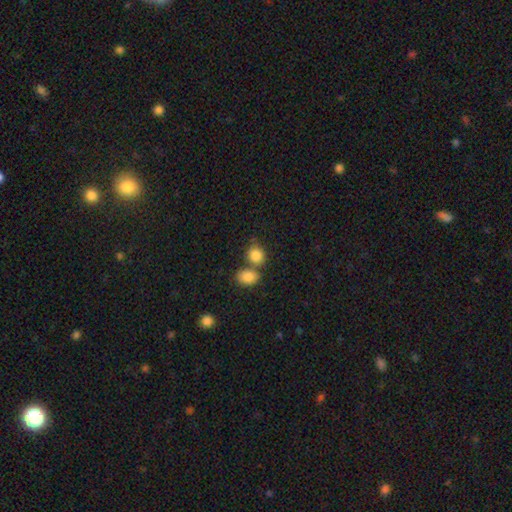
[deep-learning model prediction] This appears to be a smooth galaxy with no disk features (86%) that is round (62%). Merging: none (49%).